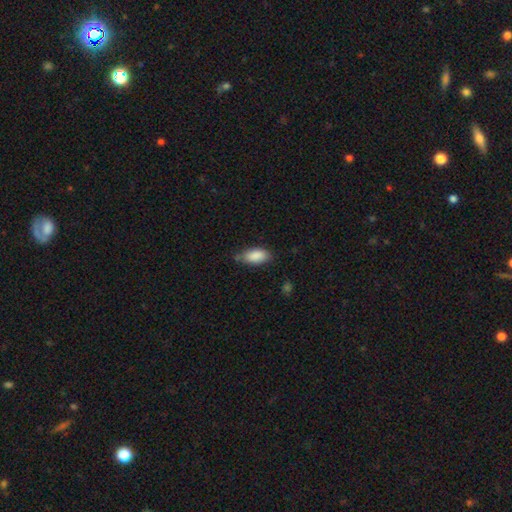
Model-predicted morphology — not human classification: This appears to be a smooth galaxy with no disk features (88%) that is in between round and cigar-shaped (90%). Merging: none (69%).